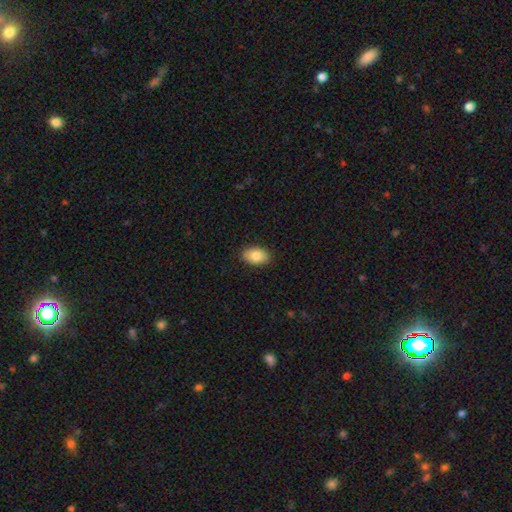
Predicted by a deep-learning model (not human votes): Smooth or featured?
  - smooth: 87% *
  - star or artifact: 7%
  - featured or disk: 6%
How rounded?
  - in between: 90% *
  - round: 8%
  - cigar-shaped: 1%
Merging?
  - none: 89% *
  - minor disturbance: 8%
  - major disturbance: 2%
  - merger: 1%